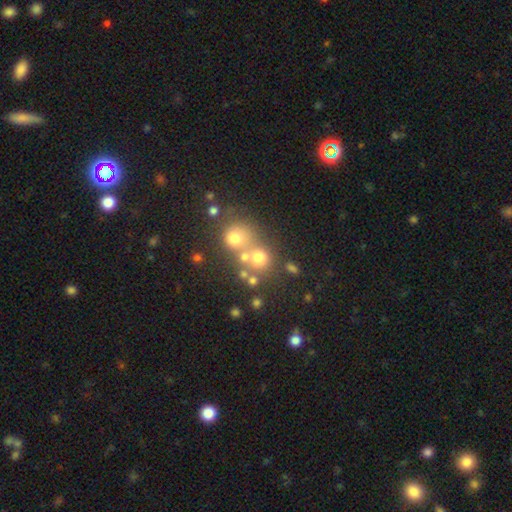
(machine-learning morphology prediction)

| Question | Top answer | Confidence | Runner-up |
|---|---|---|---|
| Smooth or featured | smooth | 59% | star or artifact (23%) |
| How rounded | round | 84% | in between (15%) |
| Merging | none | 47% | merger (41%) |